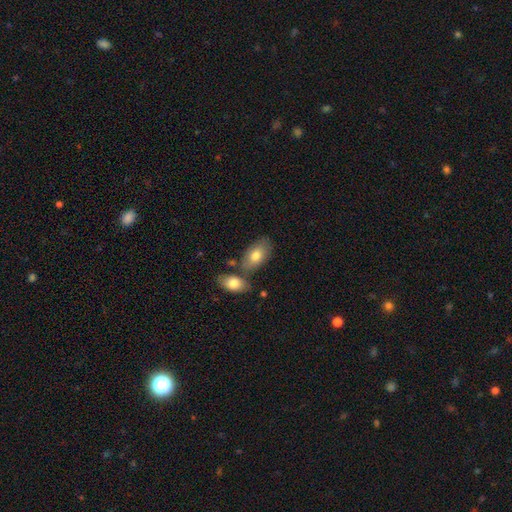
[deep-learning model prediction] The model was most divided on "merging": none: 61%, merger: 21%, minor disturbance: 14%, major disturbance: 4%. More confident: how rounded — in between (93%); smooth or featured — smooth (79%).